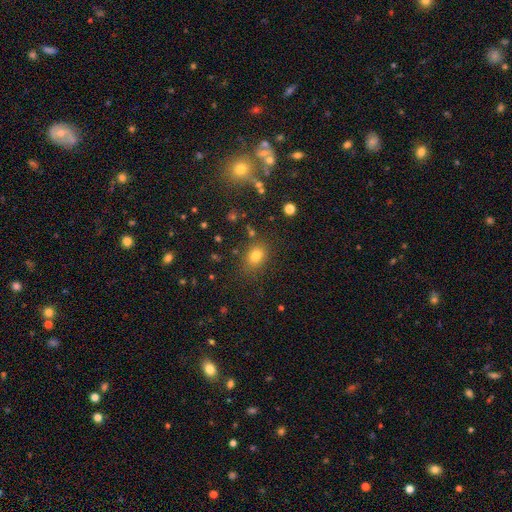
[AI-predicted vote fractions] Morphology: type=smooth (75%); roundness=in between (61%); merging=none (81%).